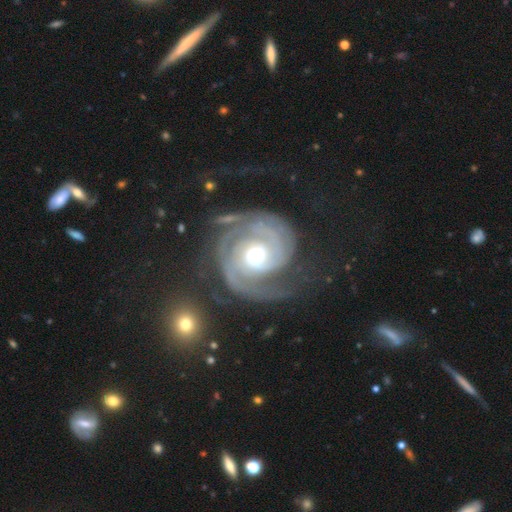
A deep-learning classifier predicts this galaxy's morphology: Smooth or featured: featured or disk — 91% (star or artifact — 5%)
Edge-on disk: no — 98% (yes — 2%)
Bar: no — 69% (weak — 23%)
Spiral arms: yes — 98% (no — 2%)
Spiral winding: tight — 66% (medium — 27%)
Spiral arm count: 2 — 56% (3 — 16%)
Bulge size: moderate — 64% (small — 27%)
Merging: none — 58% (minor disturbance — 20%)